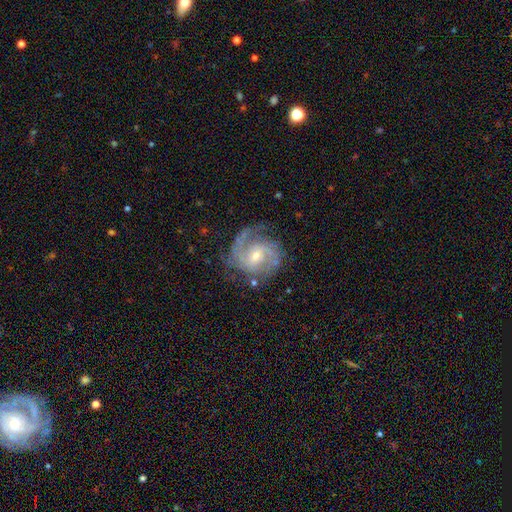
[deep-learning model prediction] Smooth or featured? featured or disk (89%)
Edge-on disk? no (98%)
Bar? no (48%)
Spiral arms? yes (97%)
Spiral winding? medium (47%)
Spiral arm count? 2 (62%)
Bulge size? small (60%)
Merging? none (71%)